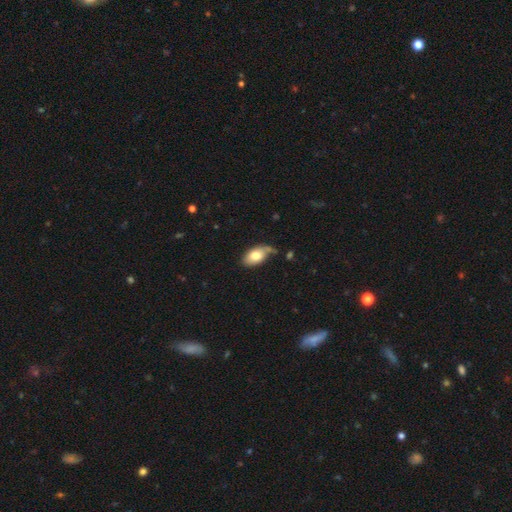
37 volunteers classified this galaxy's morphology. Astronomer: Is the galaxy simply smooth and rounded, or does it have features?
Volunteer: smooth — 76%.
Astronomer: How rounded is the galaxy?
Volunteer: in between — 96%.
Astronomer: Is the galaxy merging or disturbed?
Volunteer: none — 49% (runner-up: minor disturbance, 37%).